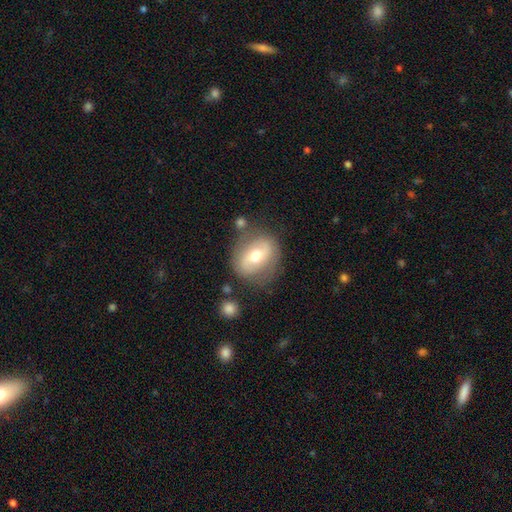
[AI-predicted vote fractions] Smooth or featured? featured or disk (47%)
Merging? none (71%)